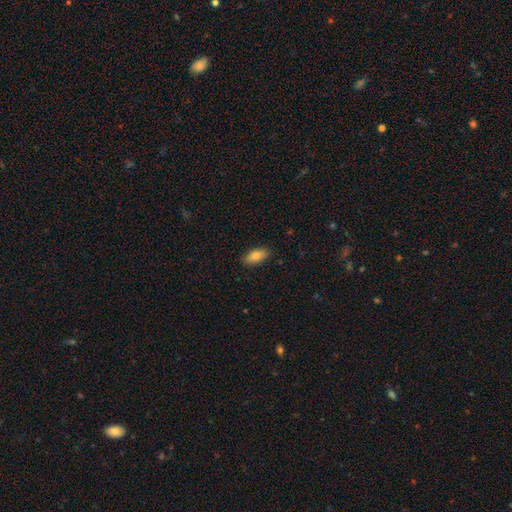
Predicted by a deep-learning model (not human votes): Morphology: type=smooth (80%); roundness=in between (85%); merging=none (88%).